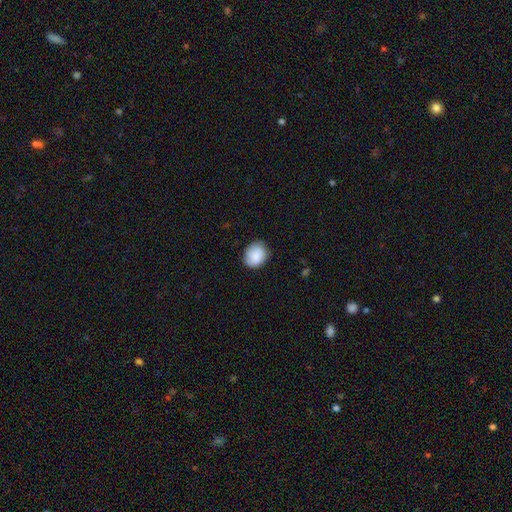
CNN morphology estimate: Q: Smooth or featured?
A: smooth (85%); runner-up: featured or disk (8%)
Q: How rounded?
A: round (65%); runner-up: in between (34%)
Q: Merging?
A: none (80%); runner-up: minor disturbance (16%)